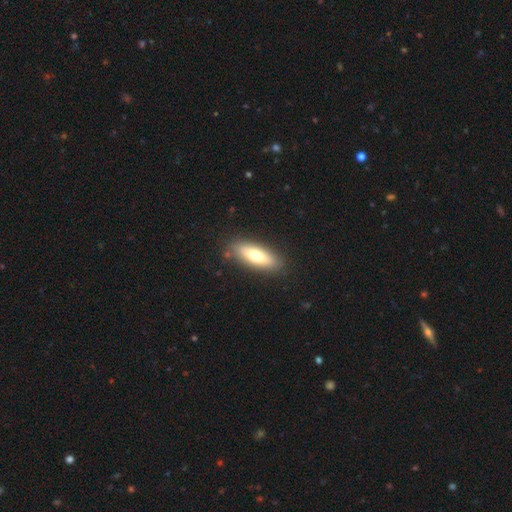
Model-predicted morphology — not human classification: Q: Smooth or featured?
A: smooth (69%); runner-up: featured or disk (25%)
Q: How rounded?
A: in between (60%); runner-up: cigar-shaped (38%)
Q: Merging?
A: none (86%); runner-up: minor disturbance (10%)